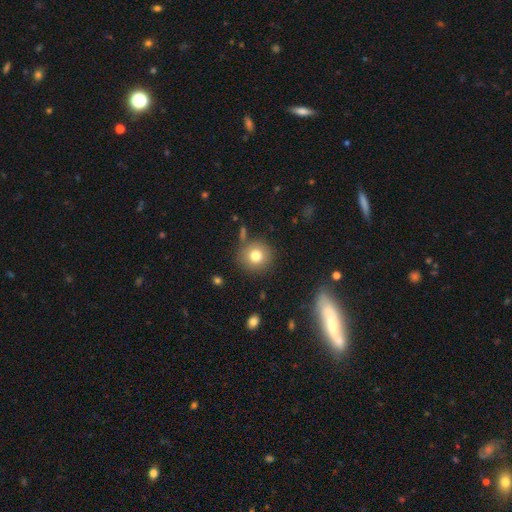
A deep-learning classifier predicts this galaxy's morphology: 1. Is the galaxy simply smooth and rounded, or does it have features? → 78% smooth, 11% featured or disk, 11% star or artifact.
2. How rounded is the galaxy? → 92% round, 7% in between, 1% cigar-shaped.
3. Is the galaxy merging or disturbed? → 83% none, 9% minor disturbance, 4% merger, 3% major disturbance.